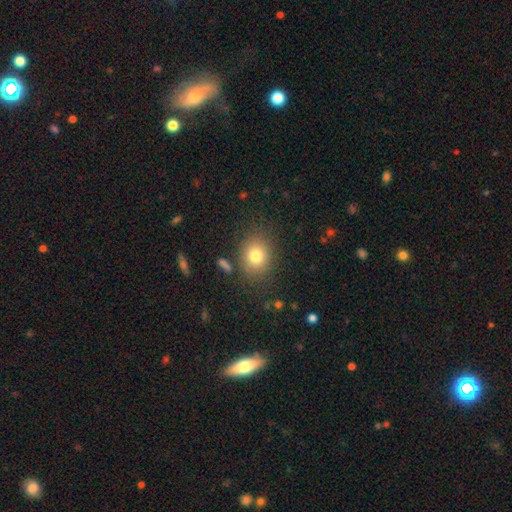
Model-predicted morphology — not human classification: This appears to be a smooth galaxy with no disk features (78%) that is round (65%). Merging: none (83%).